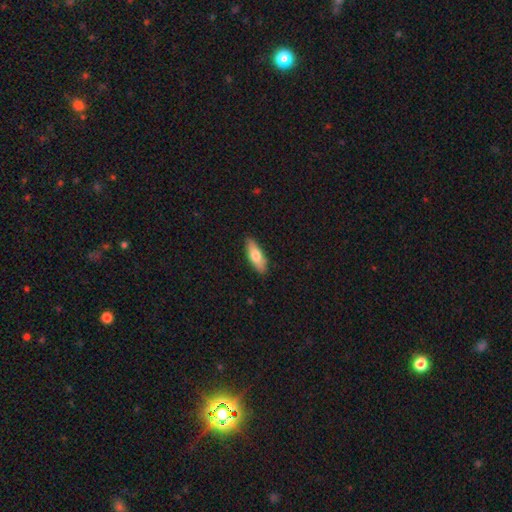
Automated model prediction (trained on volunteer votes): Smooth or featured? smooth (72%)
How rounded? in between (62%)
Merging? none (87%)